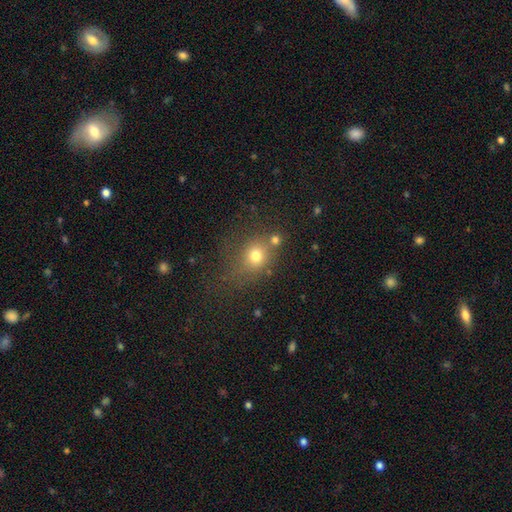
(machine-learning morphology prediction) A smooth galaxy with no disk features (72%) that is round (68%).

Vote fractions:
- Smooth or featured? smooth: 72% / star or artifact: 17% / featured or disk: 11%
- How rounded? round: 68% / in between: 30% / cigar-shaped: 2%
- Merging? none: 60% / minor disturbance: 17% / merger: 14% / major disturbance: 10%